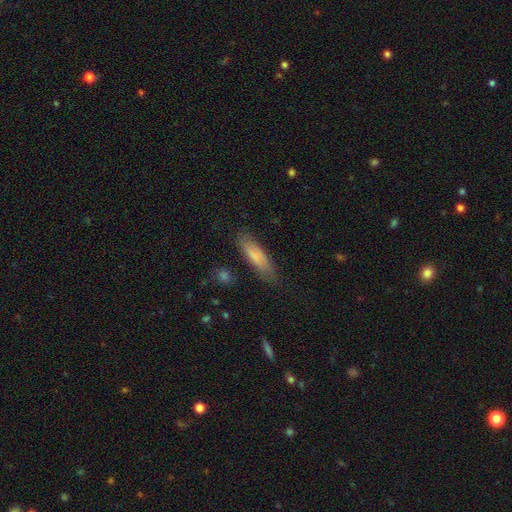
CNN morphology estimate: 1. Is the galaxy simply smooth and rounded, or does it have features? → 78% smooth, 16% featured or disk, 6% star or artifact.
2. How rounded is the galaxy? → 65% cigar-shaped, 33% in between, 2% round.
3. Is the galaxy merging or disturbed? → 80% none, 15% minor disturbance, 4% major disturbance, 2% merger.